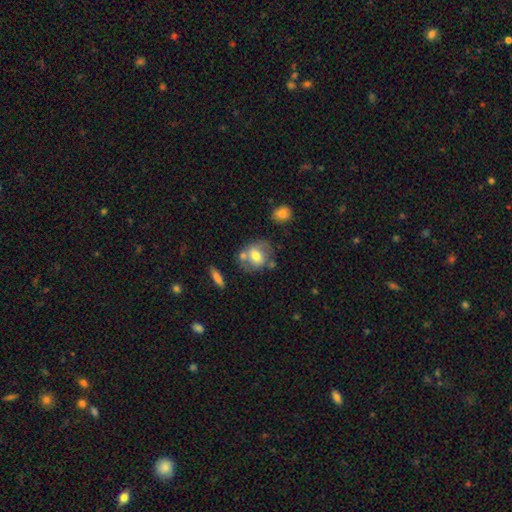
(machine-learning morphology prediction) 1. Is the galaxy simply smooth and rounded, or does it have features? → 63% smooth, 28% featured or disk, 9% star or artifact.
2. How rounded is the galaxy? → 65% round, 34% in between, 1% cigar-shaped.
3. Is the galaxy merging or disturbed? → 54% none, 22% merger, 17% minor disturbance, 6% major disturbance.